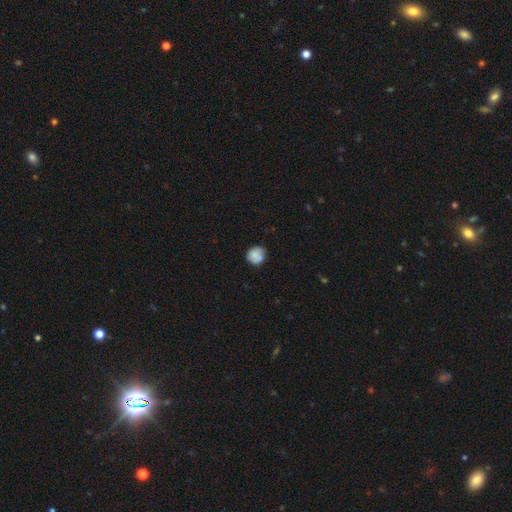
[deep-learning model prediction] Smooth or featured: smooth — 78% (featured or disk — 14%)
How rounded: round — 86% (in between — 13%)
Merging: none — 69% (minor disturbance — 21%)